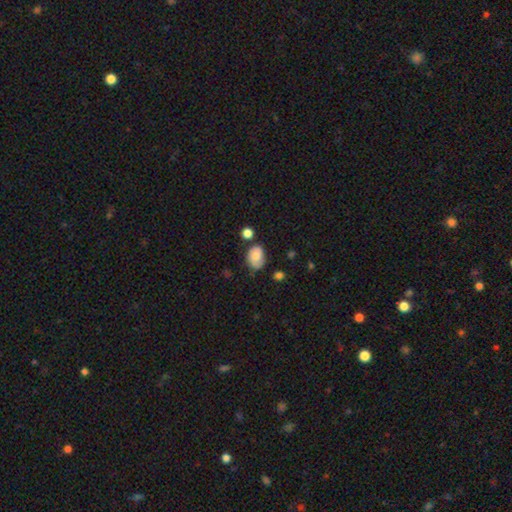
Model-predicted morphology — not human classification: Smooth or featured? smooth (75%)
How rounded? in between (71%)
Merging? none (58%)